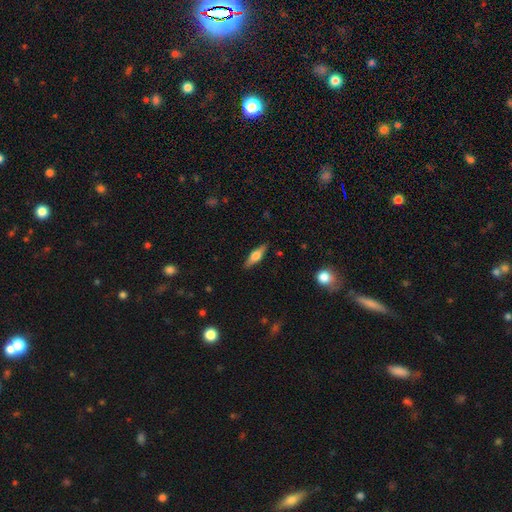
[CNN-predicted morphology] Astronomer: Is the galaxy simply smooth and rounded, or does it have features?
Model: smooth — 48% (runner-up: featured or disk, 45%).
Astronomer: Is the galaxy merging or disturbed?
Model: none — 88%.